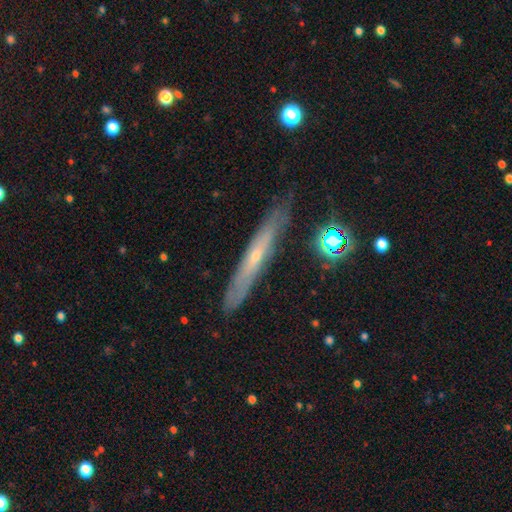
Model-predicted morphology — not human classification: The model was most divided on "smooth or featured": featured or disk: 62%, smooth: 30%, star or artifact: 9%. More confident: merging — none (81%); edge-on disk — yes (81%).